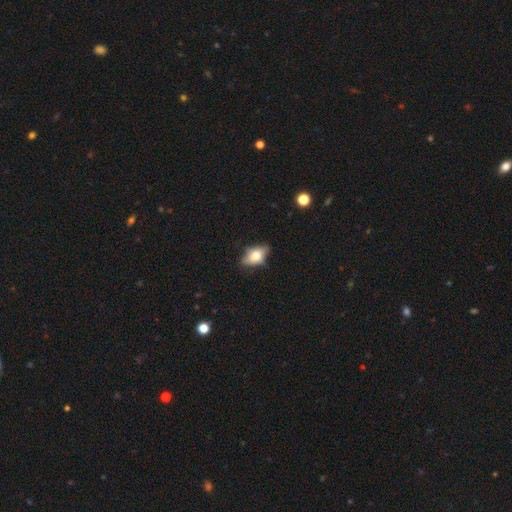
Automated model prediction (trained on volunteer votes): This is likely a smooth galaxy (65%). How rounded: clearly in between (85%). Merging: likely none (70%).